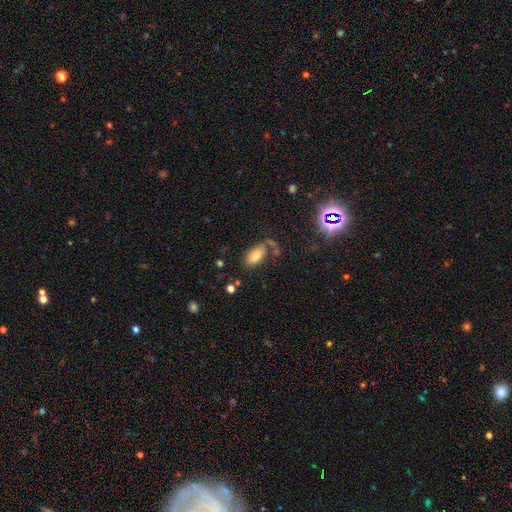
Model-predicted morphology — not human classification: type=smooth (71%); roundness=in between (92%); merging=none (55%).